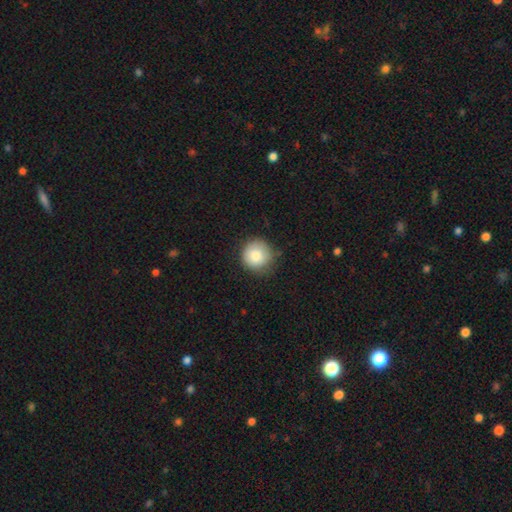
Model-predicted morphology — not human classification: type=smooth (83%); roundness=round (93%); merging=none (75%).